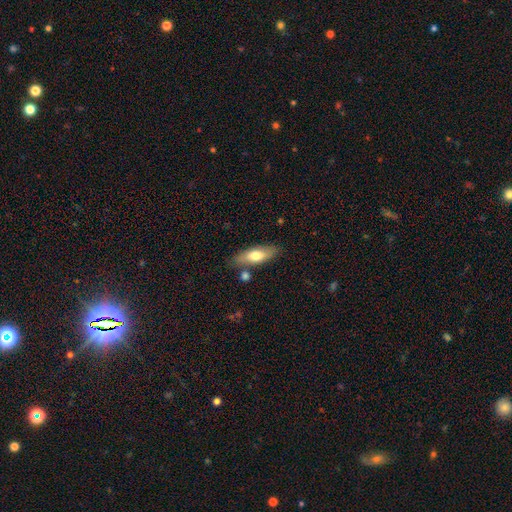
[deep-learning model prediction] Q: Smooth or featured?
A: smooth (65%); runner-up: featured or disk (28%)
Q: How rounded?
A: in between (62%); runner-up: cigar-shaped (36%)
Q: Merging?
A: none (75%); runner-up: minor disturbance (14%)